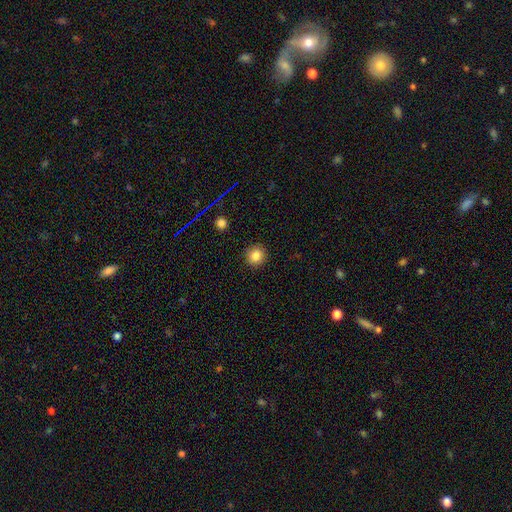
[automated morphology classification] Smooth or featured?
  - smooth: 83% *
  - star or artifact: 11%
  - featured or disk: 6%
How rounded?
  - round: 93% *
  - in between: 7%
  - cigar-shaped: 1%
Merging?
  - none: 91% *
  - minor disturbance: 6%
  - major disturbance: 2%
  - merger: 1%